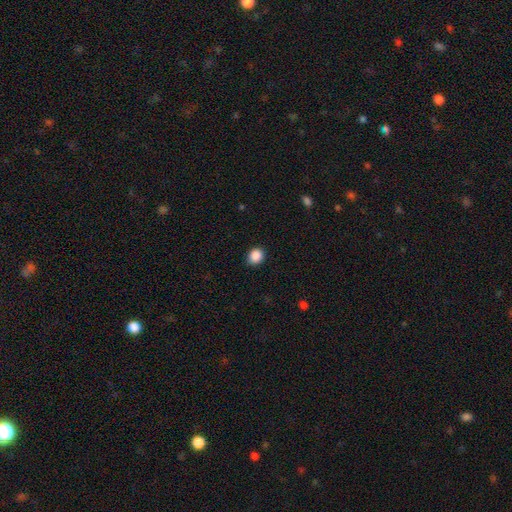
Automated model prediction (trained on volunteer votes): Q: Smooth or featured?
A: smooth (88%); runner-up: star or artifact (9%)
Q: How rounded?
A: round (71%); runner-up: in between (28%)
Q: Merging?
A: none (87%); runner-up: minor disturbance (10%)